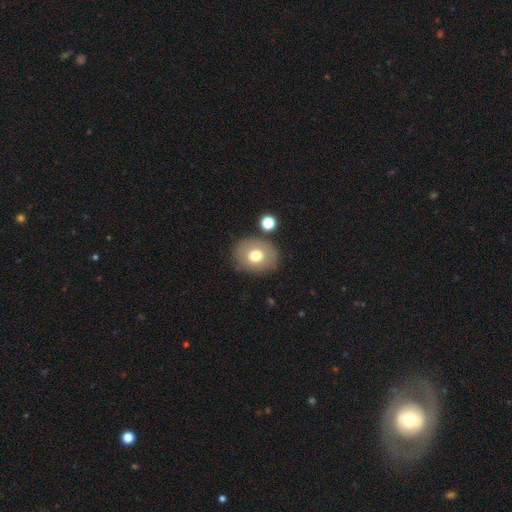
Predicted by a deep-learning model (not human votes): smooth_or_featured: smooth (p=0.68) [alt: featured or disk p=0.23]
how_rounded: round (p=0.54) [alt: in between p=0.45]
merging: none (p=0.79) [alt: minor disturbance p=0.12]